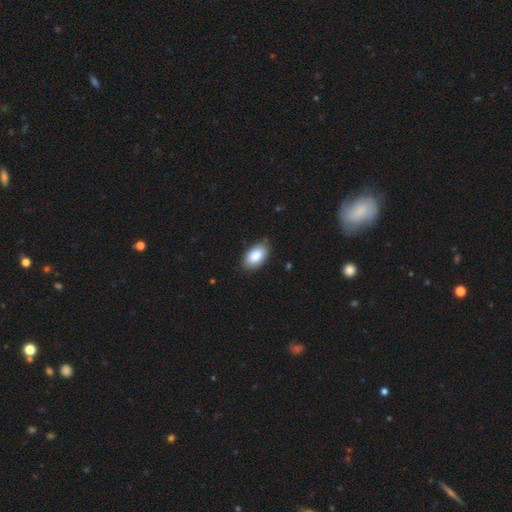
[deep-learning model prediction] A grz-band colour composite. It shows a smooth galaxy with no disk features (88%) that is in between round and cigar-shaped (94%). Merging: none (84%).